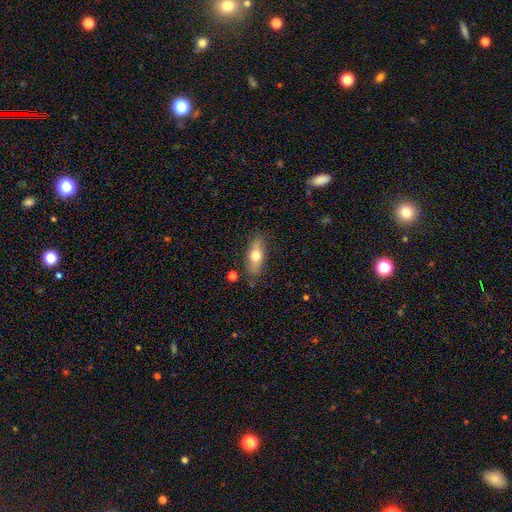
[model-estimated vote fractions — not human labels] This appears to be a smooth galaxy with no disk features (64%) that is in between round and cigar-shaped (72%). Merging: none (79%).